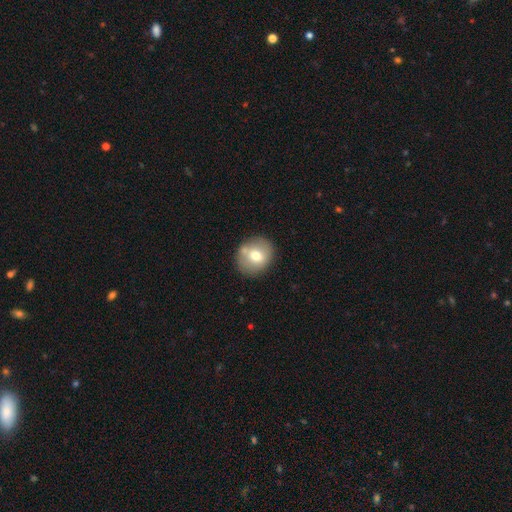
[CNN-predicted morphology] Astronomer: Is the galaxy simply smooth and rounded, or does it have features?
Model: smooth — 68%.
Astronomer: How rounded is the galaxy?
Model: round — 69%.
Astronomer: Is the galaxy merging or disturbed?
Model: none — 74%.